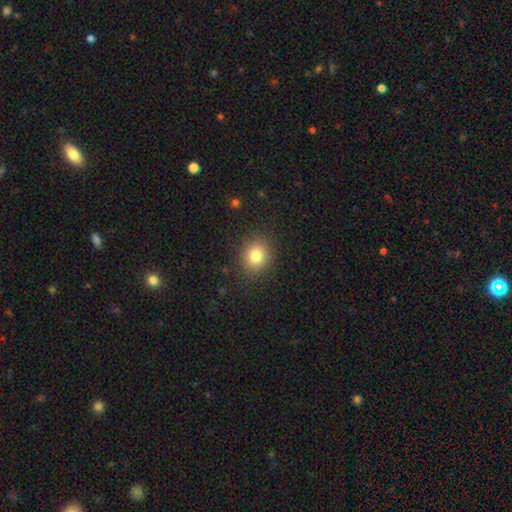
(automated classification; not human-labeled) This is clearly a smooth galaxy (82%). How rounded: likely round (70%). Merging: clearly none (87%).